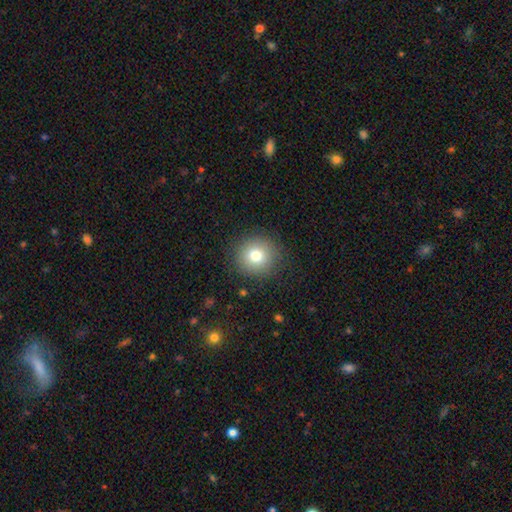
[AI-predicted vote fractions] smooth 78%, star or artifact 12%, featured or disk 10%. Down the decision tree: how rounded — round (94%); merging — none (89%).